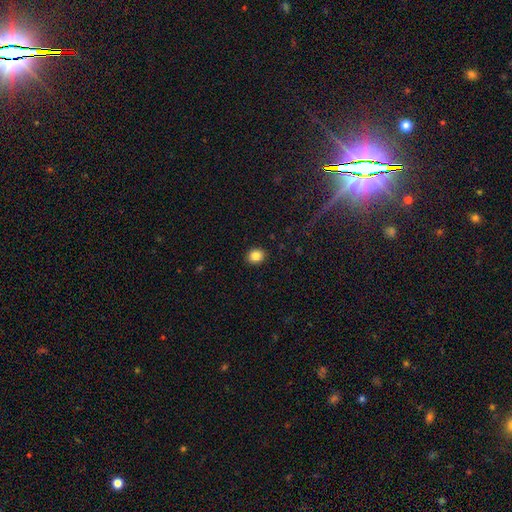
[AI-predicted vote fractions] Q: Smooth or featured?
A: smooth (86%); runner-up: star or artifact (10%)
Q: How rounded?
A: round (65%); runner-up: in between (34%)
Q: Merging?
A: none (90%); runner-up: minor disturbance (7%)